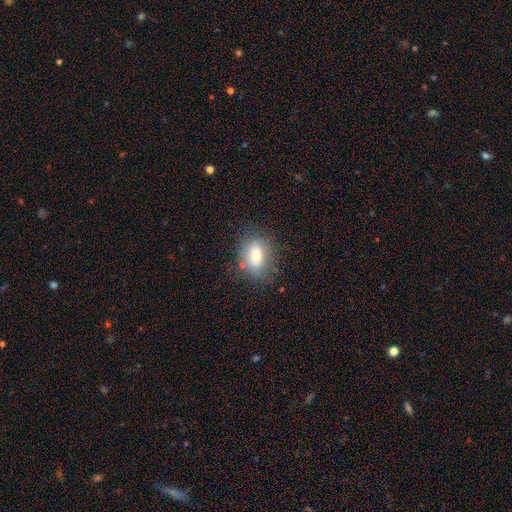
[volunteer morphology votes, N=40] Volunteers were most divided on "smooth or featured": smooth: 75%, featured or disk: 20%, star or artifact: 5%. More confident: how rounded — in between (80%); merging — none (76%).